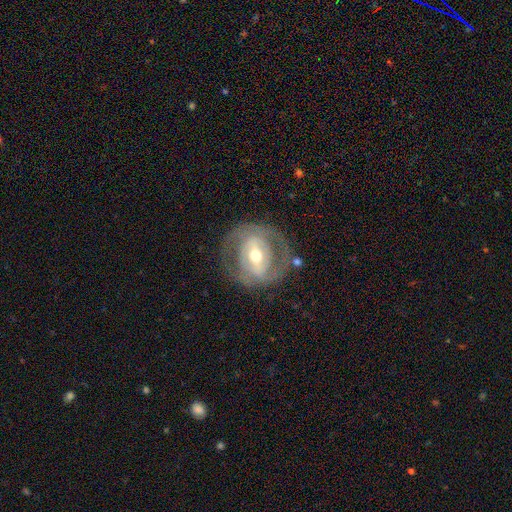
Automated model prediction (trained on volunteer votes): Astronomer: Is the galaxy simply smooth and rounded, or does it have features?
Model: featured or disk — 76%.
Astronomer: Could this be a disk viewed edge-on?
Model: no — 95%.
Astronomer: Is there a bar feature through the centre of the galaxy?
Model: strong — 42% (runner-up: weak, 35%).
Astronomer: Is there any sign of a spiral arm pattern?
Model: yes — 65%.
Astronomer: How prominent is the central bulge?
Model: moderate — 66%.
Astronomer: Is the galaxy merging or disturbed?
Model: none — 71%.